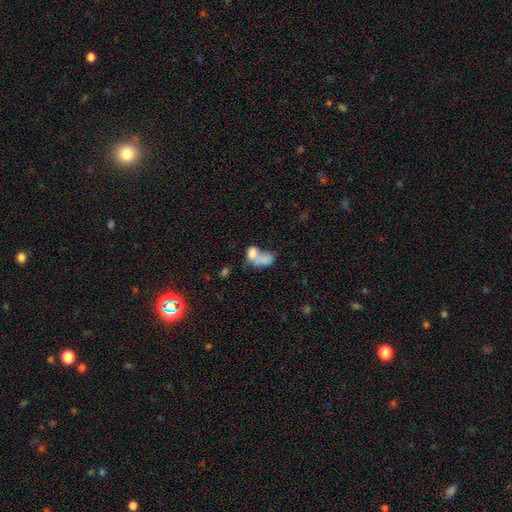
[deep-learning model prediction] This is likely a smooth galaxy (68%). How rounded: likely in between (80%). Merging: likely merger (71%).